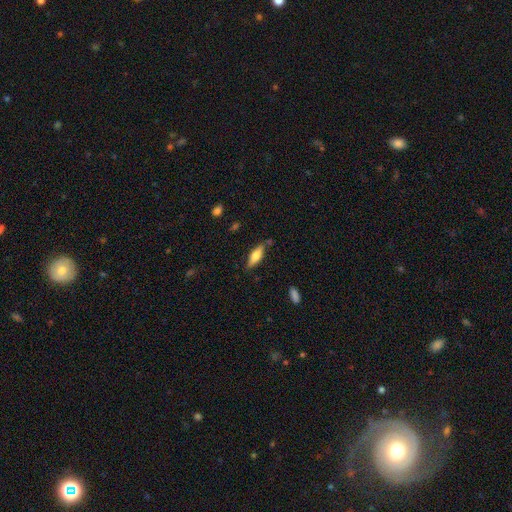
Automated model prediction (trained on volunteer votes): smooth 58%, featured or disk 36%, star or artifact 6%. Down the decision tree: how rounded — in between (49%, tied with cigar-shaped); merging — none (78%).